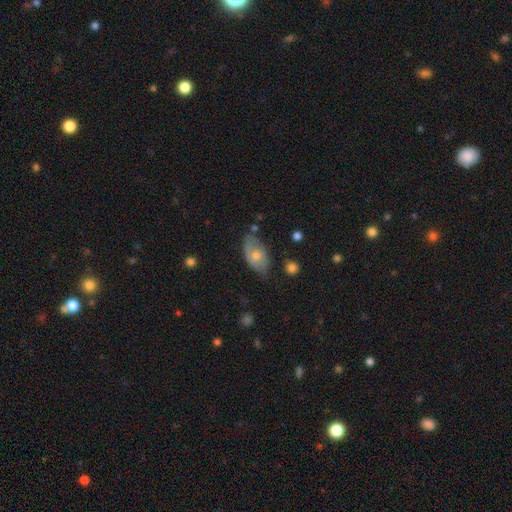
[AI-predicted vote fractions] Morphology: type=smooth (54%); roundness=in between (89%); merging=none (61%).